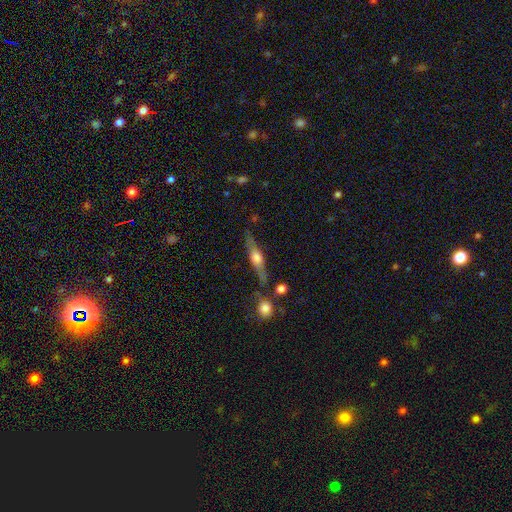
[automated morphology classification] A featured or disk galaxy (67%) viewed edge-on (94%) with a rounded central bulge (89%).

Vote fractions:
- Smooth or featured? featured or disk: 67% / smooth: 26% / star or artifact: 7%
- Edge-on disk? yes: 94% / no: 6%
- Edge-on bulge? rounded: 89% / boxy: 8% / none: 3%
- Merging? none: 75% / minor disturbance: 14% / merger: 7% / major disturbance: 4%